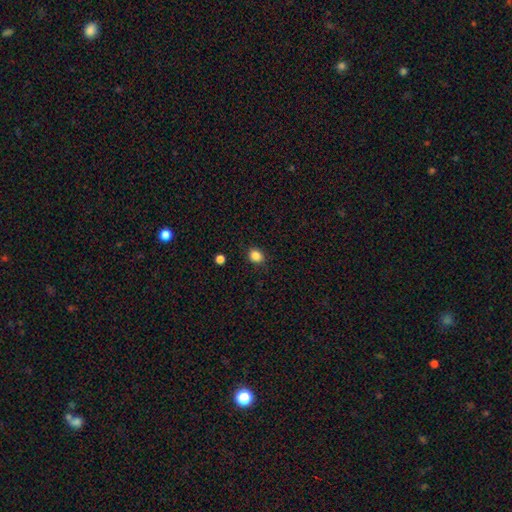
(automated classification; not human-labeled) Smooth or featured? smooth (85%)
How rounded? round (66%)
Merging? none (88%)